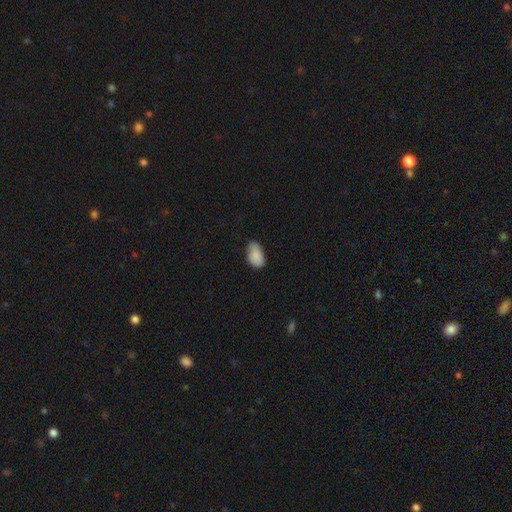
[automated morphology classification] A smooth galaxy with no disk features (88%) that is in between round and cigar-shaped (92%).

Vote fractions:
- Smooth or featured? smooth: 88% / star or artifact: 7% / featured or disk: 5%
- How rounded? in between: 92% / round: 7% / cigar-shaped: 1%
- Merging? none: 63% / minor disturbance: 31% / major disturbance: 5% / merger: 1%